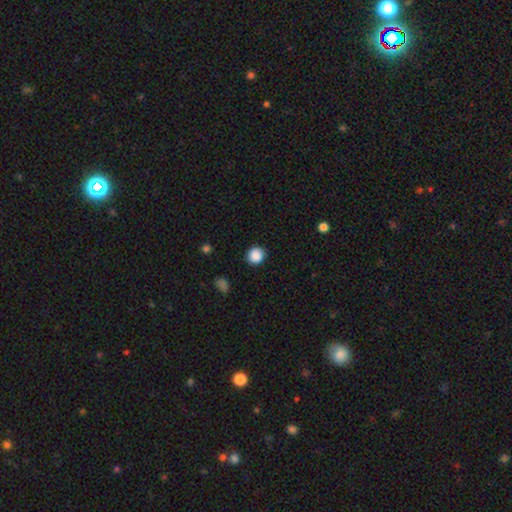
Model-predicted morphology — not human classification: Smooth or featured? Predicted: smooth (p=0.88). How rounded? Predicted: round (p=0.88). Merging? Predicted: none (p=0.90).